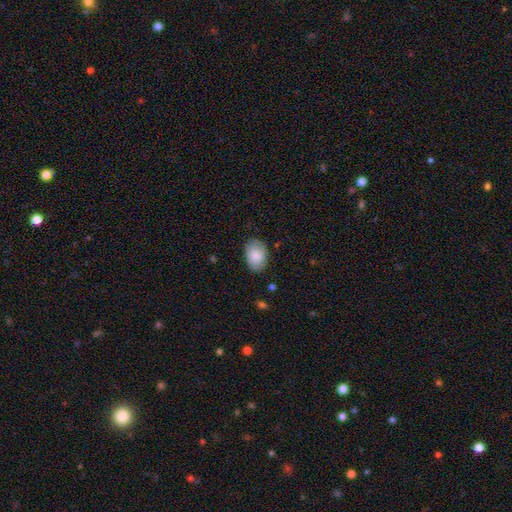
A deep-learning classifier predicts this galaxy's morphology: The model was most divided on "merging": none: 83%, minor disturbance: 13%, major disturbance: 3%, merger: 1%. More confident: how rounded — in between (85%); smooth or featured — smooth (85%).